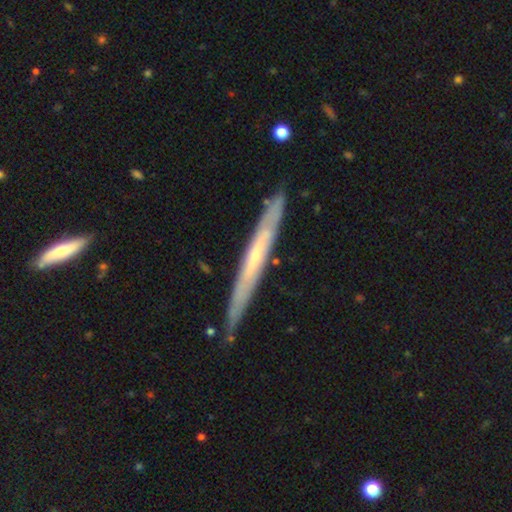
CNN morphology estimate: The model was most divided on "smooth or featured": featured or disk: 64%, smooth: 30%, star or artifact: 6%. More confident: edge-on disk — yes (90%); merging — none (83%); edge-on bulge — none (71%).